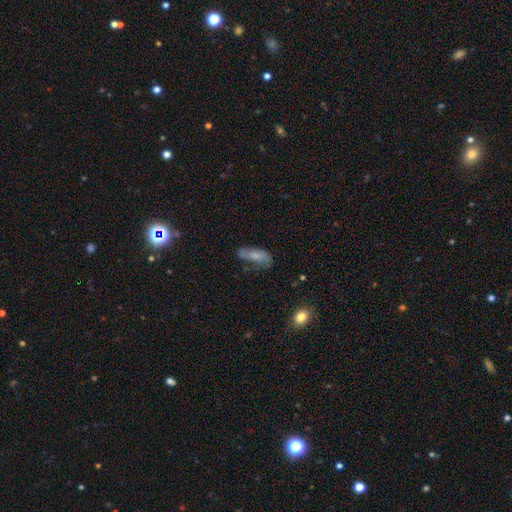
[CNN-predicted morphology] A smooth galaxy with no disk features (53%) that is in between round and cigar-shaped (73%).

Vote fractions:
- Smooth or featured? smooth: 53% / featured or disk: 39% / star or artifact: 8%
- How rounded? in between: 73% / cigar-shaped: 24% / round: 3%
- Merging? none: 56% / minor disturbance: 28% / major disturbance: 13% / merger: 3%